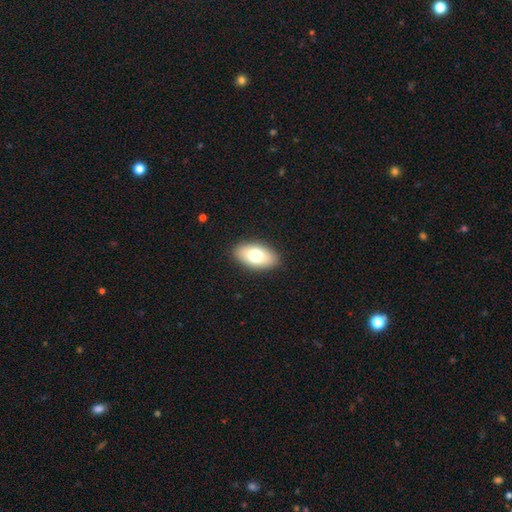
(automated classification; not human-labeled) Overall: smooth (73%). How rounded: in between (92%). Merging: none (88%).